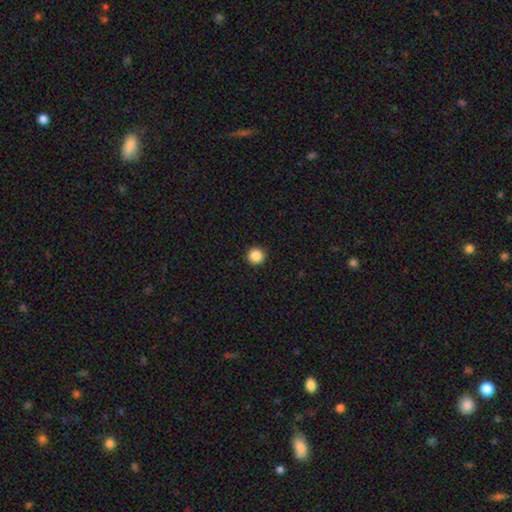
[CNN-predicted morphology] This appears to be a smooth galaxy with no disk features (87%) that is round (96%). Merging: none (93%).